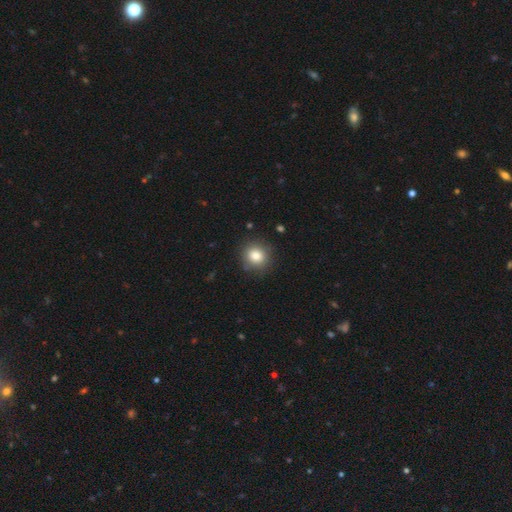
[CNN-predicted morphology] The model was most divided on "smooth or featured": smooth: 82%, star or artifact: 11%, featured or disk: 7%. More confident: merging — none (86%); how rounded — round (86%).